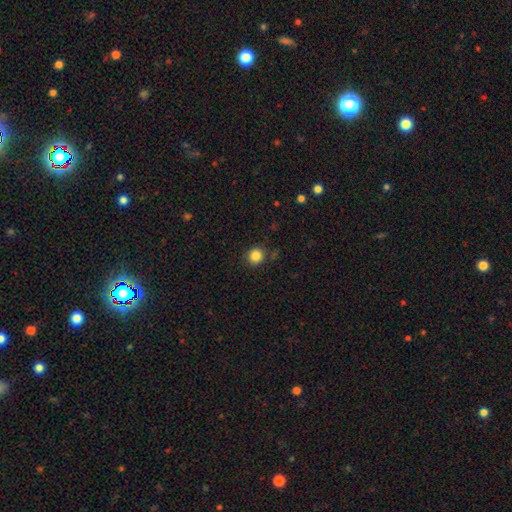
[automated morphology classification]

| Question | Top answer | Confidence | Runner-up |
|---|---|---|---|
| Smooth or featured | smooth | 85% | star or artifact (11%) |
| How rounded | round | 90% | in between (9%) |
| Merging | none | 84% | minor disturbance (10%) |